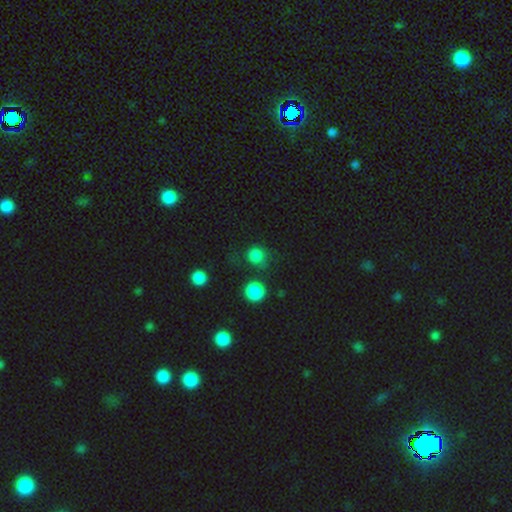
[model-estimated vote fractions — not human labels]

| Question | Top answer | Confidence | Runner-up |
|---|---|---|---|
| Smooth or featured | smooth | 81% | star or artifact (15%) |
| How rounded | round | 88% | in between (11%) |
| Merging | none | 70% | minor disturbance (15%) |